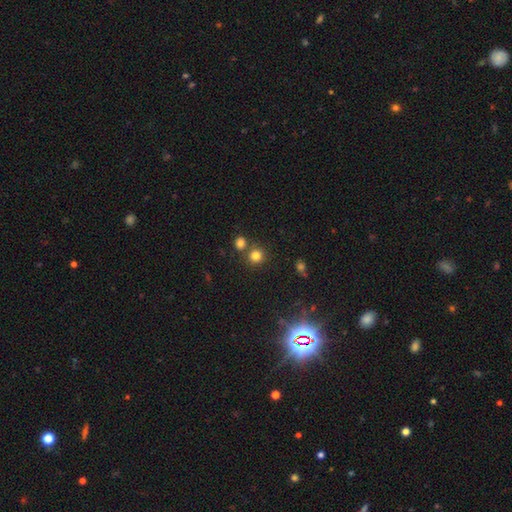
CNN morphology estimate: A smooth galaxy with no disk features (79%) that is round (89%). Merging: none (72%).